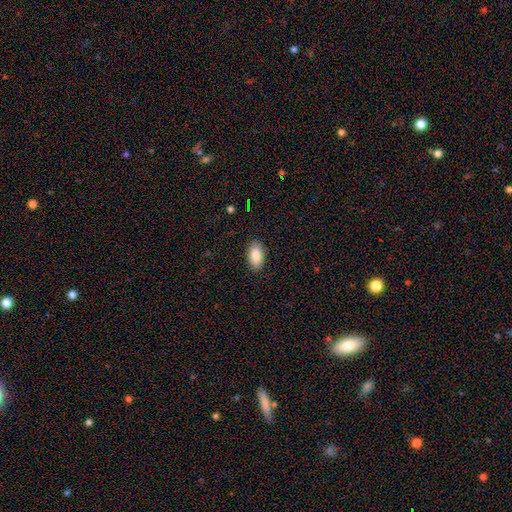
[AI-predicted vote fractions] Smooth or featured?
  - smooth: 86% *
  - featured or disk: 8%
  - star or artifact: 7%
How rounded?
  - in between: 93% *
  - cigar-shaped: 4%
  - round: 3%
Merging?
  - none: 89% *
  - minor disturbance: 8%
  - major disturbance: 2%
  - merger: 1%